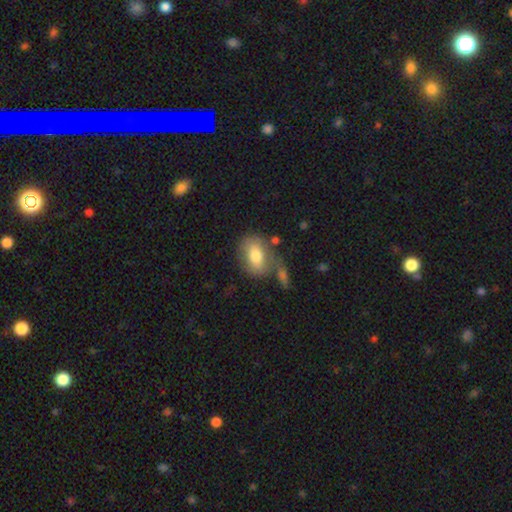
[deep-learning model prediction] This is likely a smooth galaxy (70%). How rounded: likely in between (73%). Merging: possibly none (51%).